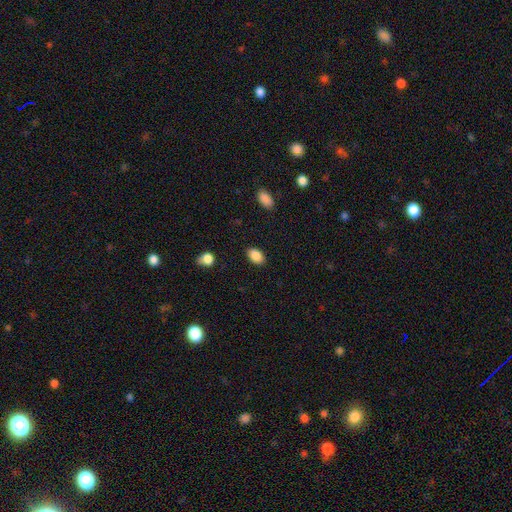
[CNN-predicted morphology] This appears to be a smooth galaxy with no disk features (88%) that is in between round and cigar-shaped (88%). Merging: none (87%).